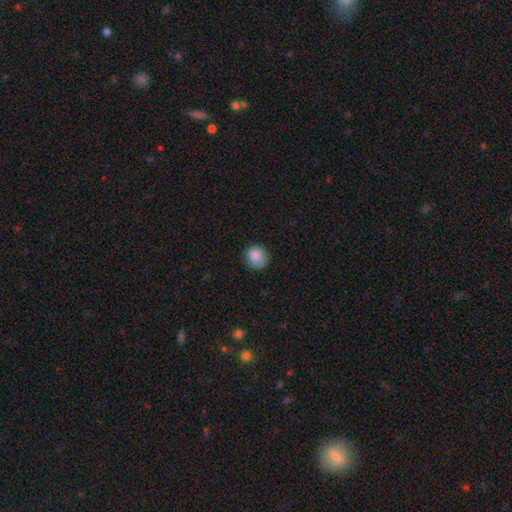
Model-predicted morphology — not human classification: Smooth or featured: smooth — 85% (star or artifact — 8%)
How rounded: round — 89% (in between — 10%)
Merging: none — 74% (minor disturbance — 19%)